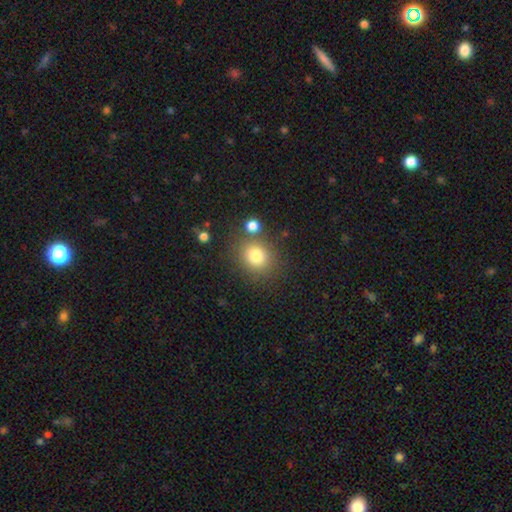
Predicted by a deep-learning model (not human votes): Smooth or featured? Predicted: smooth (p=0.80). How rounded? Predicted: round (p=0.74). Merging? Predicted: none (p=0.73).